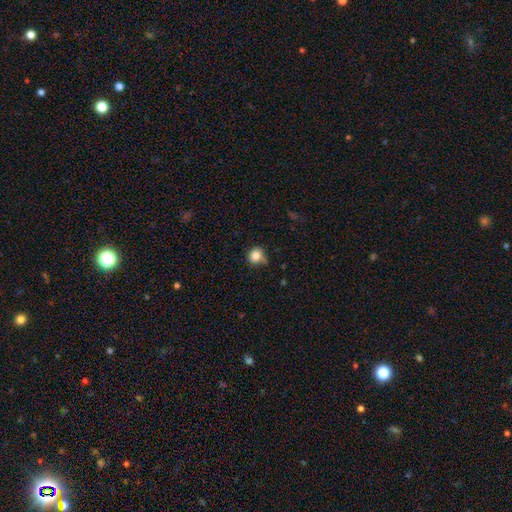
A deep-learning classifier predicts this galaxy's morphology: This is clearly a smooth galaxy (83%). How rounded: clearly round (87%). Merging: likely none (67%).